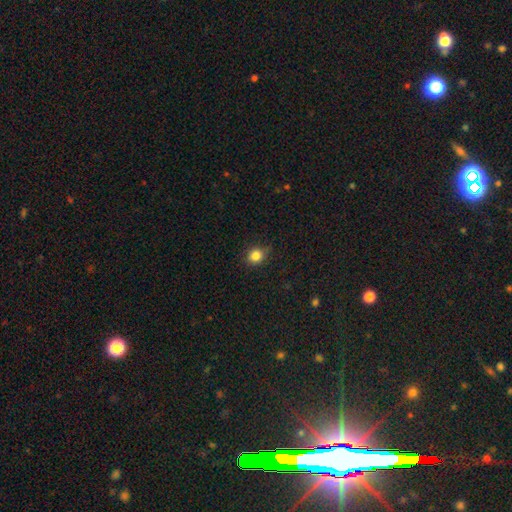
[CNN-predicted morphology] type=smooth (84%); roundness=round (74%); merging=none (82%).